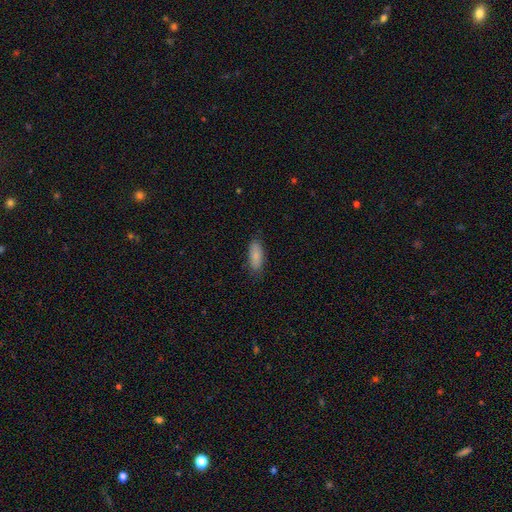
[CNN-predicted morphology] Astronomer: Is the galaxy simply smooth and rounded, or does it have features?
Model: smooth — 86%.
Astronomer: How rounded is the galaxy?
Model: in between — 79%.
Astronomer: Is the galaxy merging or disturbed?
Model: none — 83%.